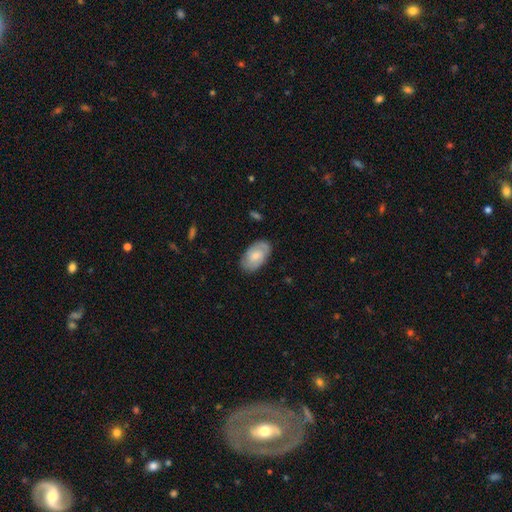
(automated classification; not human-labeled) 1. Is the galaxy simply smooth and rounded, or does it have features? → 51% smooth, 43% featured or disk, 6% star or artifact.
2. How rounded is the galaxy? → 93% in between, 6% round, 2% cigar-shaped.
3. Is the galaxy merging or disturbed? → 82% none, 14% minor disturbance, 3% major disturbance, 1% merger.